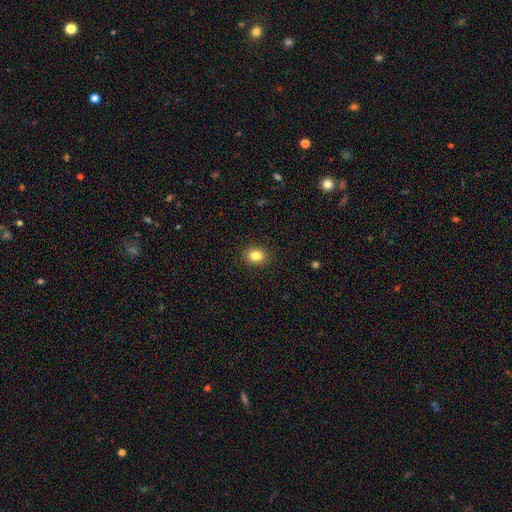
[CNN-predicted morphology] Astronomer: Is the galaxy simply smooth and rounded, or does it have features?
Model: smooth — 83%.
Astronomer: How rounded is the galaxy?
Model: round — 63%.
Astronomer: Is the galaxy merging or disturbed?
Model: none — 91%.